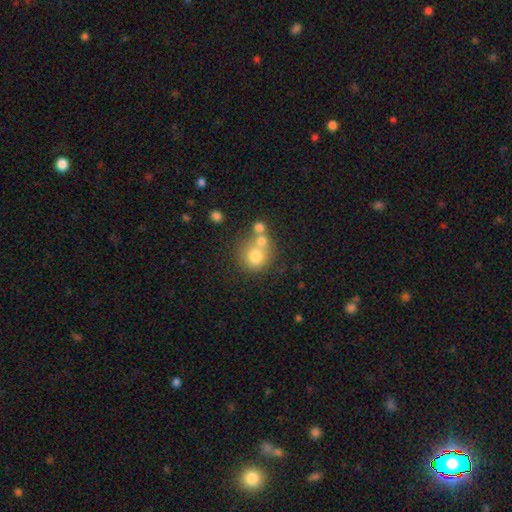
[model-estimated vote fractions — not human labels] Smooth or featured? smooth (70%)
How rounded? round (87%)
Merging? none (47%)